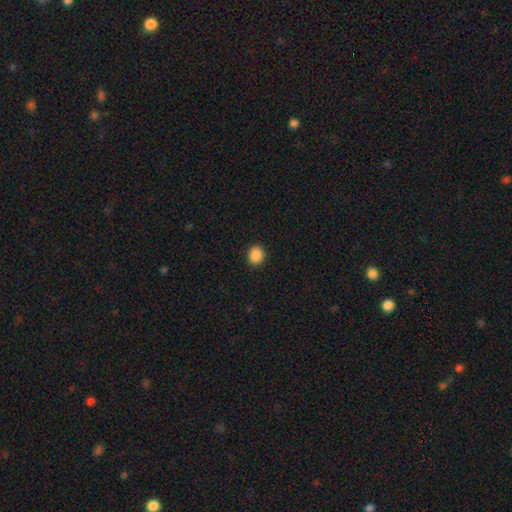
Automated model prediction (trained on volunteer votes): This appears to be a smooth galaxy with no disk features (89%) that is round (69%). Merging: none (92%).